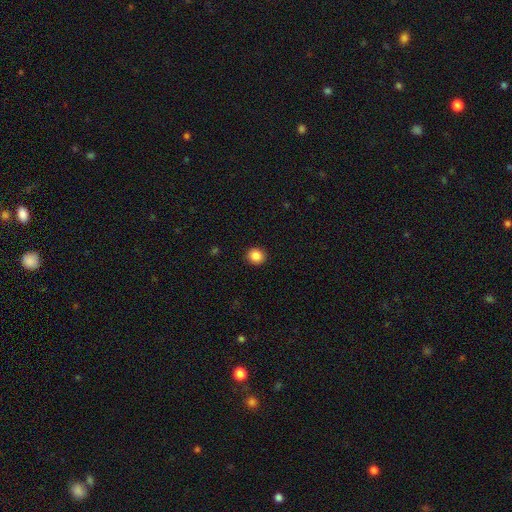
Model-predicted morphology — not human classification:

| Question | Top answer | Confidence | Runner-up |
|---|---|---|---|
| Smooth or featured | smooth | 86% | star or artifact (10%) |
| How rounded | round | 86% | in between (13%) |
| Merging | none | 92% | minor disturbance (5%) |